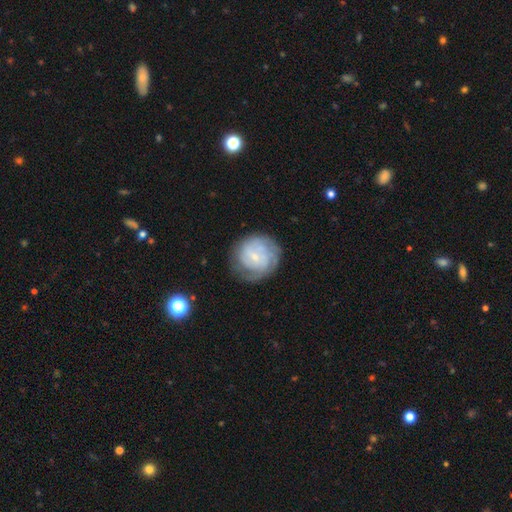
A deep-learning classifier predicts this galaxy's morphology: A featured or disk galaxy (65%) with no bar (51%), tight (64%) spiral arms (86%) and a small central bulge (75%).

Vote fractions:
- Smooth or featured? featured or disk: 65% / smooth: 28% / star or artifact: 7%
- Edge-on disk? no: 98% / yes: 2%
- Bar? no: 51% / weak: 42% / strong: 8%
- Spiral arms? yes: 86% / no: 14%
- Spiral winding? tight: 64% / medium: 27% / loose: 9%
- Spiral arm count? can't tell: 49% / 2: 19% / 3: 14% / 4: 8% / 1: 6% / more than 4: 5%
- Bulge size? small: 75% / moderate: 16% / none: 6% / large: 2% / dominant: 1%
- Merging? none: 71% / minor disturbance: 18% / major disturbance: 9% / merger: 2%